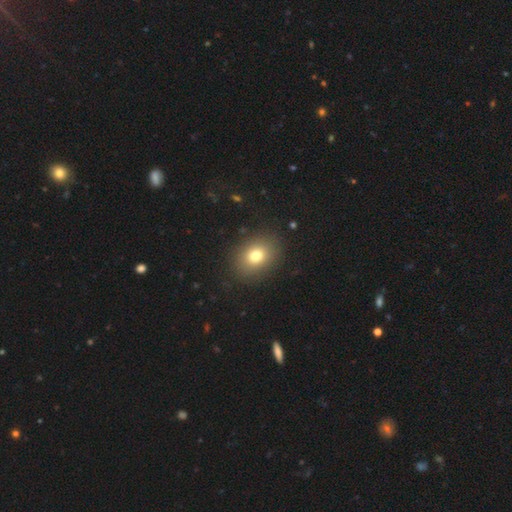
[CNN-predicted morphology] Smooth or featured? Predicted: smooth (p=0.76). How rounded? Predicted: in between (p=0.55). Merging? Predicted: none (p=0.87).